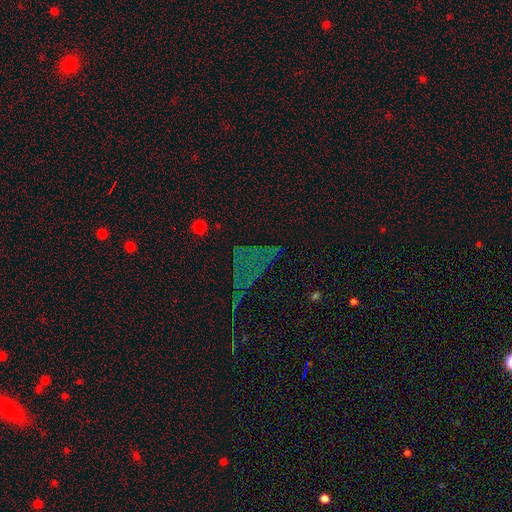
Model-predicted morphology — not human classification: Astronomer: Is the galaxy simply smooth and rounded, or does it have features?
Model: star or artifact — 59%.